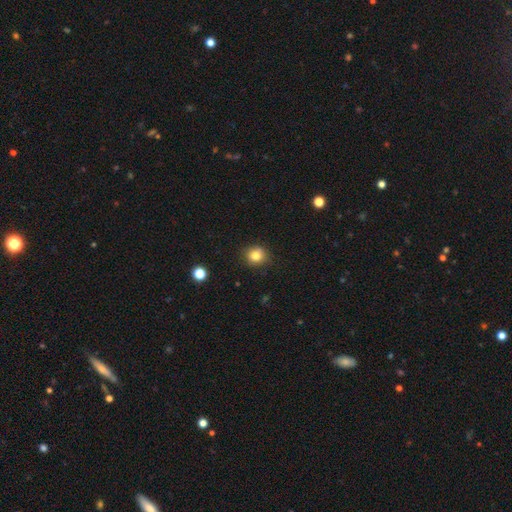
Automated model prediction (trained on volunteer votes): Morphology: type=smooth (81%); roundness=round (86%); merging=none (84%).